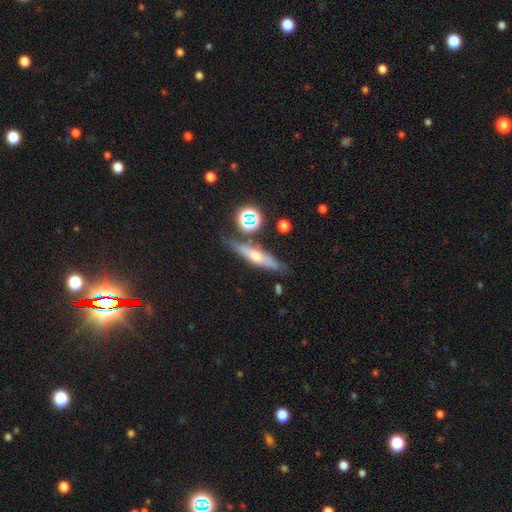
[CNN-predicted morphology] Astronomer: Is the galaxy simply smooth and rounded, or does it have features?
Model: featured or disk — 49% (runner-up: smooth, 37%).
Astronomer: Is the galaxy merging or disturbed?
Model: none — 76%.